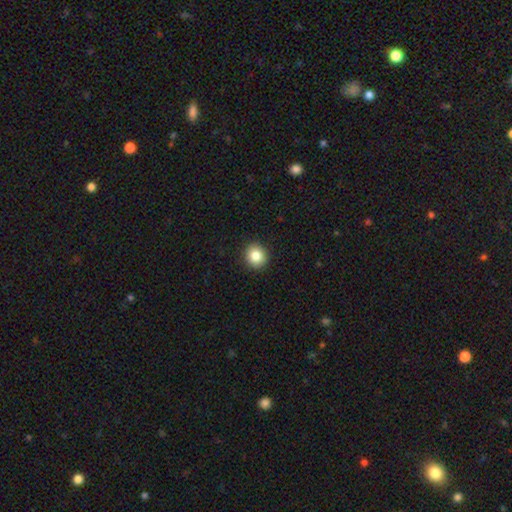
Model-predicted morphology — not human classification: A smooth galaxy with no disk features (85%) that is round (87%). Merging: none (92%).